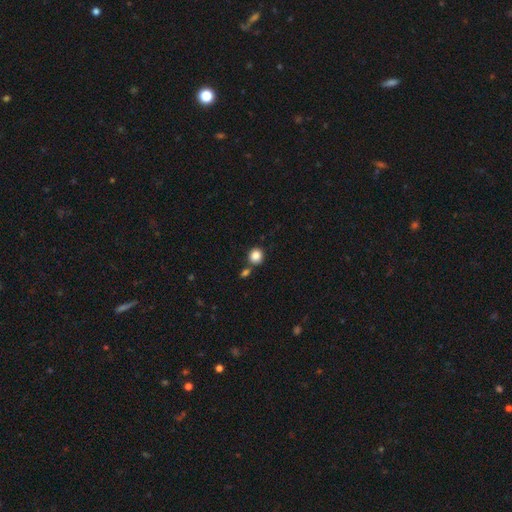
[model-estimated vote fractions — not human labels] This appears to be a smooth galaxy with no disk features (85%) that is round (85%). Merging: none (72%).